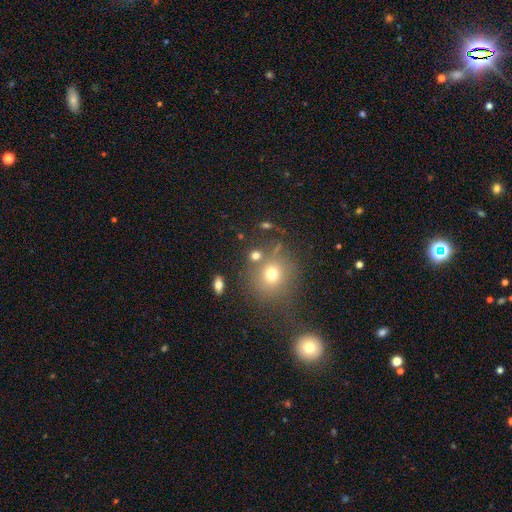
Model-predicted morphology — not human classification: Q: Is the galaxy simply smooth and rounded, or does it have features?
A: smooth — 68%.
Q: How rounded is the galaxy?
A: round — 76%.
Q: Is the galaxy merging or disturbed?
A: none — 64%.